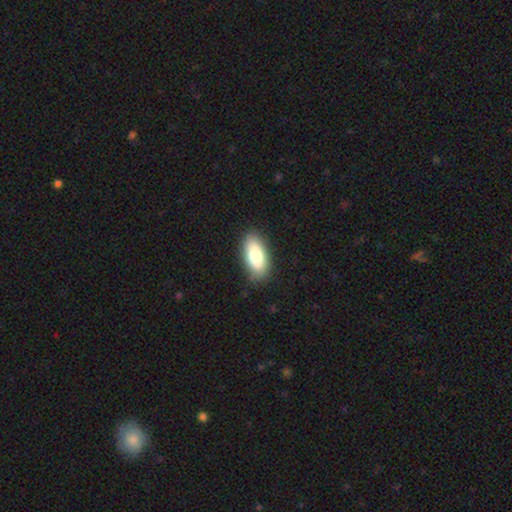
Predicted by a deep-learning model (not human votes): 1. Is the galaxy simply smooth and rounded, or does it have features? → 76% smooth, 18% featured or disk, 6% star or artifact.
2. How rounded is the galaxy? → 90% in between, 7% cigar-shaped, 3% round.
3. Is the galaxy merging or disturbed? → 87% none, 10% minor disturbance, 2% major disturbance, 1% merger.